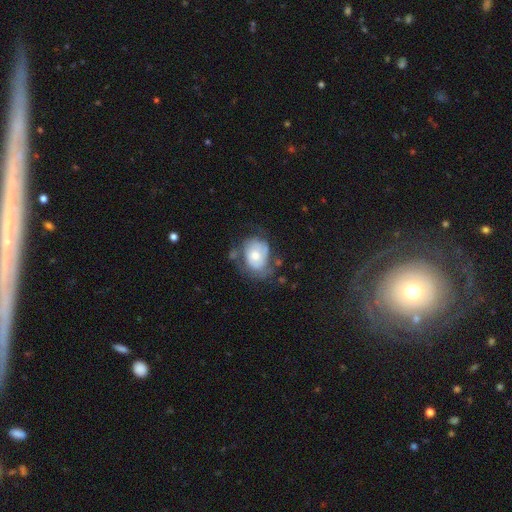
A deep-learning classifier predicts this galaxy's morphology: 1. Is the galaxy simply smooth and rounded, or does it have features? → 50% featured or disk, 43% smooth, 7% star or artifact.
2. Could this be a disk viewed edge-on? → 97% no, 3% yes.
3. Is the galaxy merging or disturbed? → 42% none, 31% minor disturbance, 21% major disturbance, 6% merger.